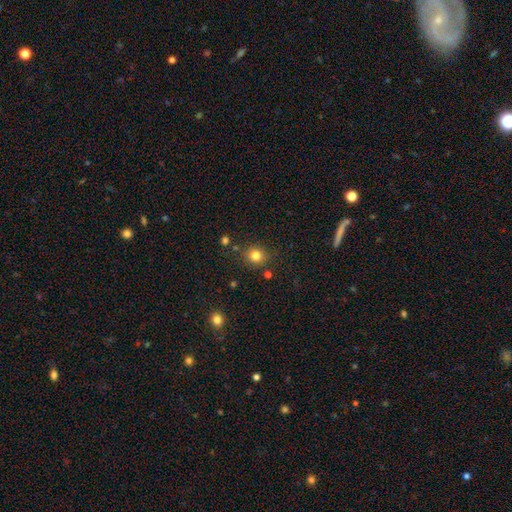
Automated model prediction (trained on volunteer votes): Morphology: type=smooth (81%); roundness=round (85%); merging=none (83%).